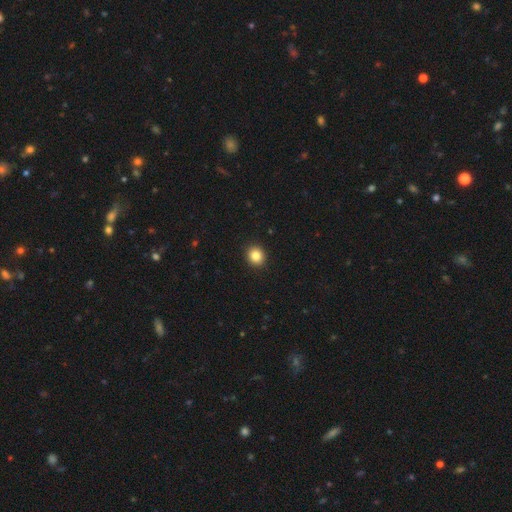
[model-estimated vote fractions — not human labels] Q: Smooth or featured?
A: smooth (85%); runner-up: star or artifact (10%)
Q: How rounded?
A: round (79%); runner-up: in between (20%)
Q: Merging?
A: none (92%); runner-up: minor disturbance (5%)